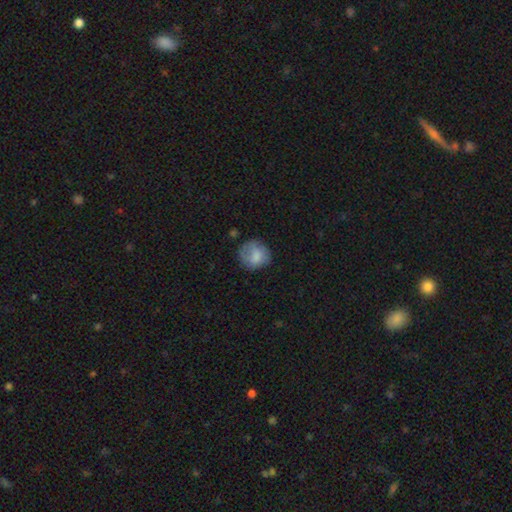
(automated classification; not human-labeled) Smooth or featured: smooth — 76% (featured or disk — 16%)
How rounded: round — 83% (in between — 16%)
Merging: none — 66% (minor disturbance — 22%)